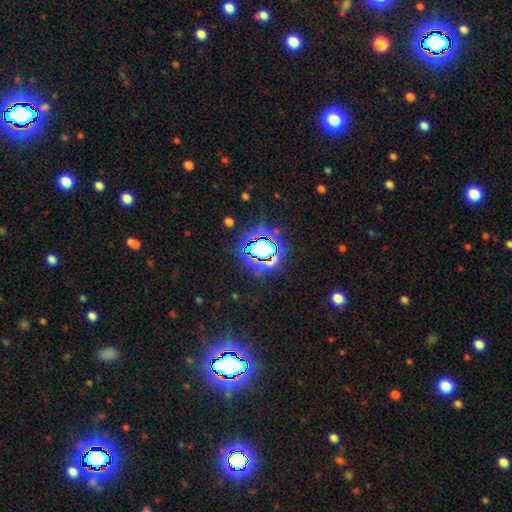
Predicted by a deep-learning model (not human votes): This is likely a star or artifact rather than a galaxy (72%).